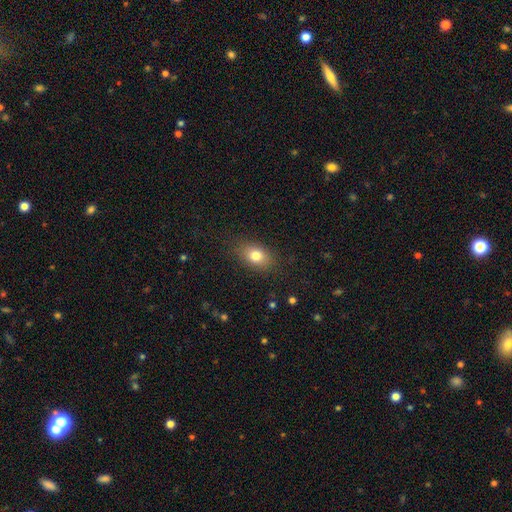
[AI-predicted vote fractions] This is likely a smooth galaxy (79%). How rounded: likely in between (76%). Merging: clearly none (83%).